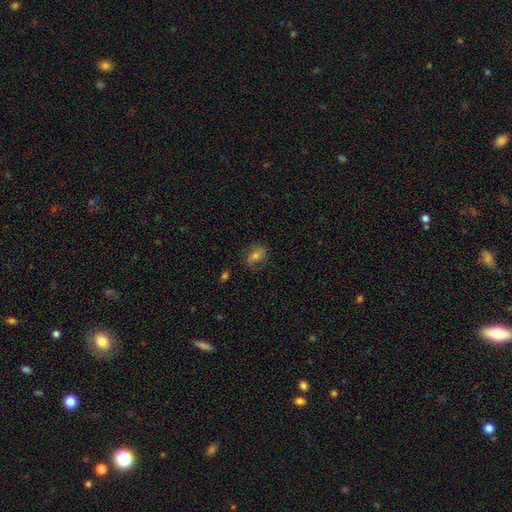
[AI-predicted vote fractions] Smooth or featured: smooth — 51% (featured or disk — 36%)
How rounded: in between — 75% (round — 21%)
Merging: none — 74% (minor disturbance — 18%)